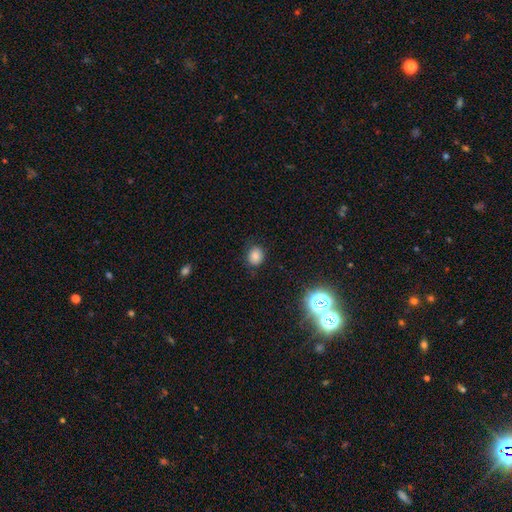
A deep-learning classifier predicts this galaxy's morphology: smooth 80%, star or artifact 15%, featured or disk 6%. Down the decision tree: how rounded — round (66%); merging — none (83%).